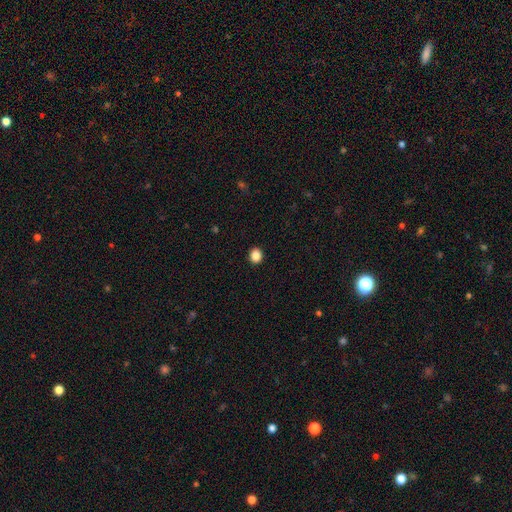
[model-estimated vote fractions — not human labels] smooth 87%, star or artifact 10%, featured or disk 3%. Down the decision tree: how rounded — round (72%); merging — none (92%).